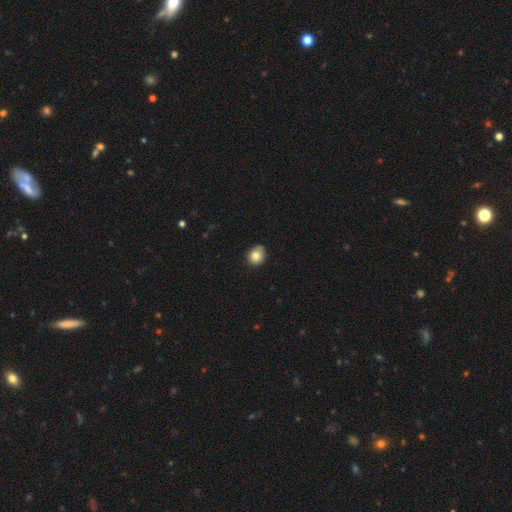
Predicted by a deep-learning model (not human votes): Smooth or featured: smooth — 80% (featured or disk — 10%)
How rounded: round — 65% (in between — 34%)
Merging: none — 72% (minor disturbance — 23%)